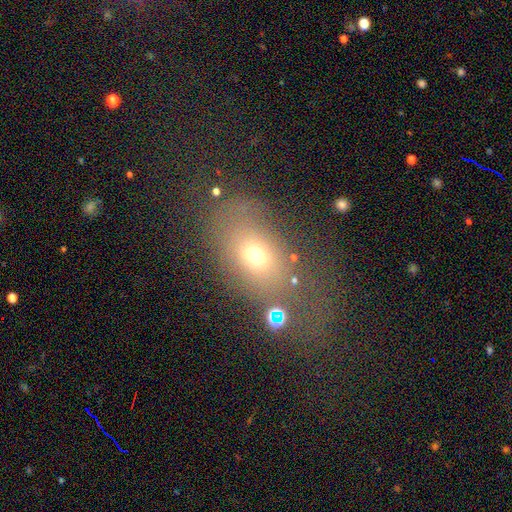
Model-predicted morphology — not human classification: smooth_or_featured: smooth (p=0.66) [alt: star or artifact p=0.18]
how_rounded: in between (p=0.71) [alt: round p=0.26]
merging: none (p=0.55) [alt: major disturbance p=0.19]